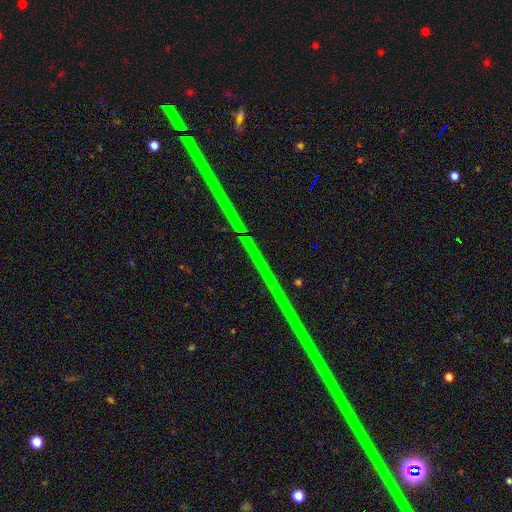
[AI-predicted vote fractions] star or artifact 89%, featured or disk 7%, smooth 4%.